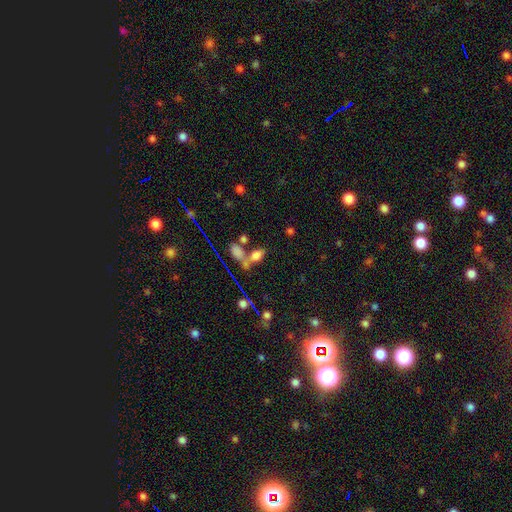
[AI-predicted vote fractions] A smooth galaxy with no disk features (71%) that is in between round and cigar-shaped (84%). Merging: none (45%).